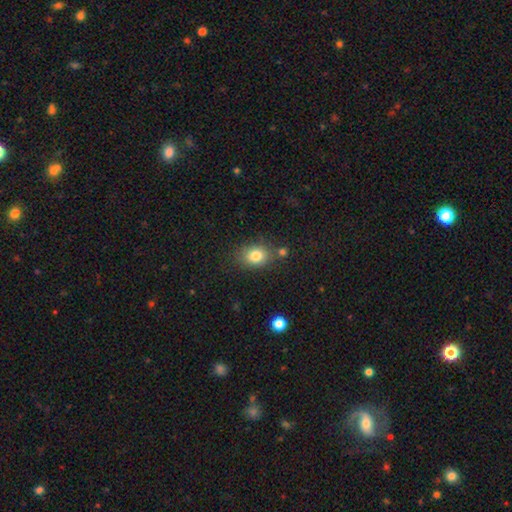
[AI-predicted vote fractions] Q: Smooth or featured?
A: smooth (82%); runner-up: star or artifact (10%)
Q: How rounded?
A: in between (60%); runner-up: round (39%)
Q: Merging?
A: none (71%); runner-up: minor disturbance (15%)